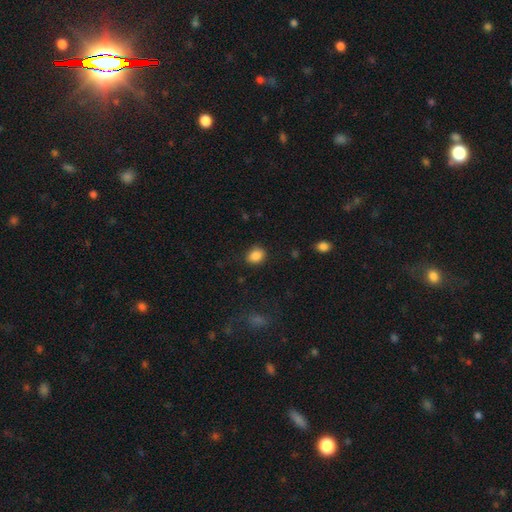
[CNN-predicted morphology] This appears to be a smooth galaxy with no disk features (87%) that is round (52%). Merging: none (82%).